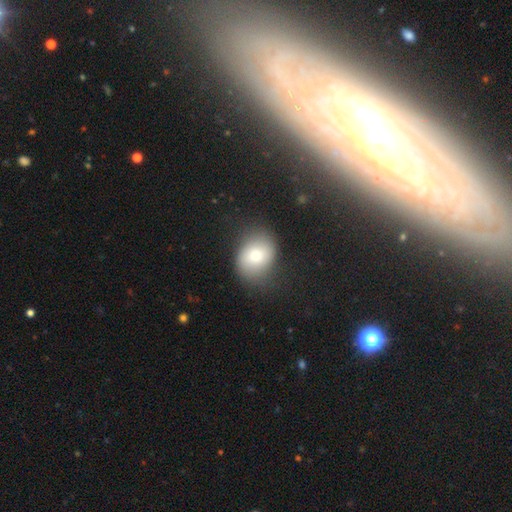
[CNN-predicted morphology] Smooth or featured? Predicted: smooth (p=0.75). How rounded? Predicted: round (p=0.50). Merging? Predicted: none (p=0.68).